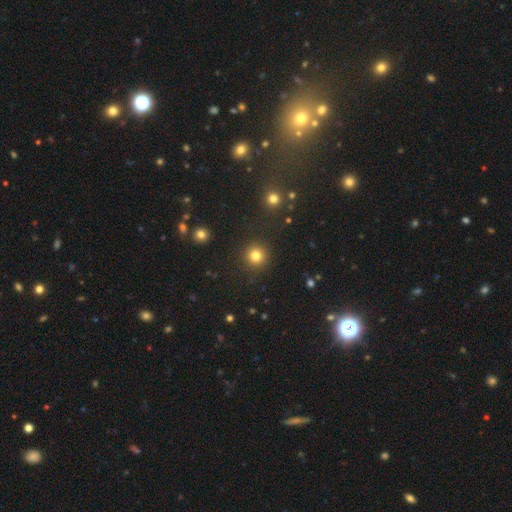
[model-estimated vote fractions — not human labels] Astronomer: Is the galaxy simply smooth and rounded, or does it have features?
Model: smooth — 81%.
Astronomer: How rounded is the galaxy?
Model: round — 95%.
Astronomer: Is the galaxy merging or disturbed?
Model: none — 90%.